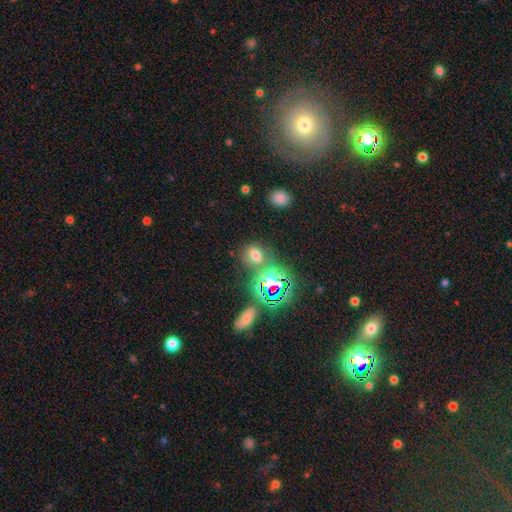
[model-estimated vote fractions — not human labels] smooth 58%, star or artifact 34%, featured or disk 9%. Down the decision tree: how rounded — round (52%); merging — none (68%).